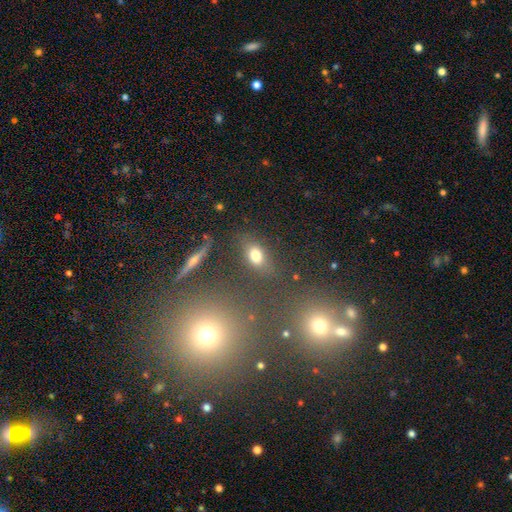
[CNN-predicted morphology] type=smooth (75%); roundness=in between (76%); merging=none (78%).